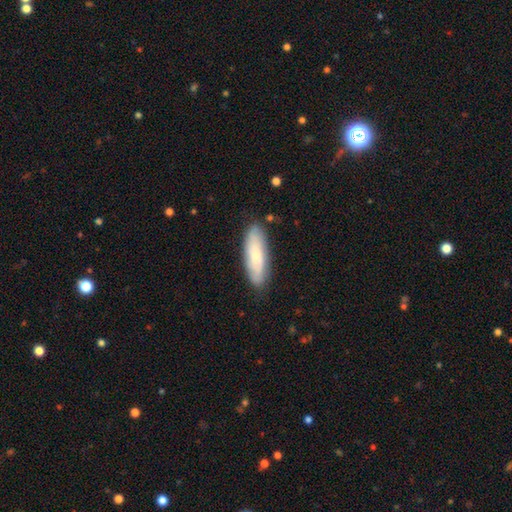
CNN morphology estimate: A smooth galaxy with no disk features (64%) that is in between round and cigar-shaped (50%). Merging: none (84%).